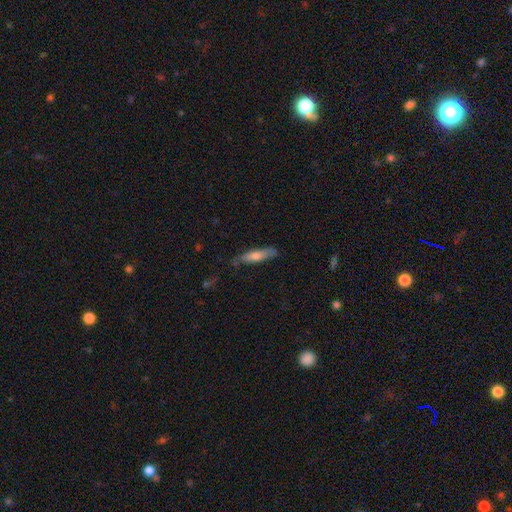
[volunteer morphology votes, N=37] smooth_or_featured: smooth (p=0.68) [alt: featured or disk p=0.30]
how_rounded: cigar-shaped (p=0.84) [alt: in between p=0.16]
merging: none (p=0.81) [alt: minor disturbance p=0.19]